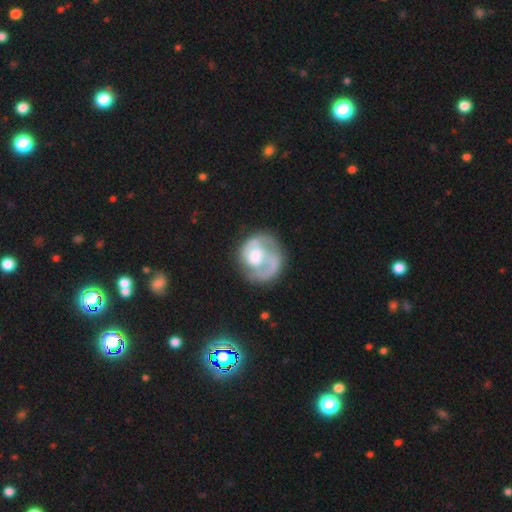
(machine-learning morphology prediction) A featured or disk galaxy (76%) with no bar (62%), 1 (41%) tight (48%) spiral arms (87%) and a moderate central bulge (42%). Merging: none (63%).